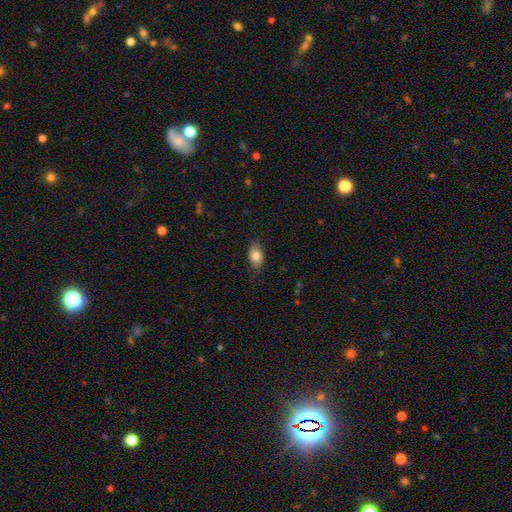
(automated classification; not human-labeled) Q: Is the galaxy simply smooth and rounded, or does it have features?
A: smooth — 82%.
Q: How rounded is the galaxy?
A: in between — 87%.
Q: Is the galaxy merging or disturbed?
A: none — 80%.